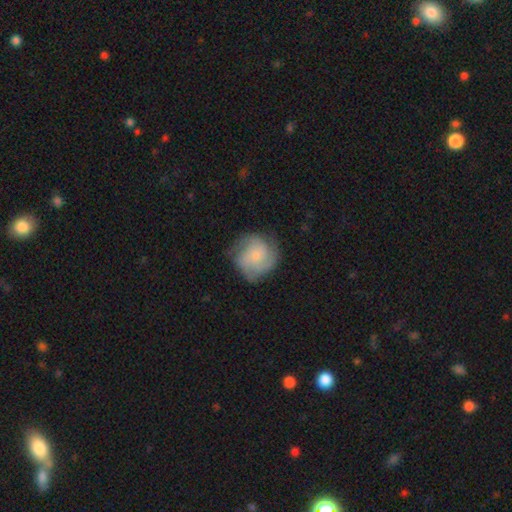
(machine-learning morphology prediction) Overall: featured or disk (54%; smooth 39%). Edge-on disk: no (98%). Bar: no (76%). Spiral arms: yes (89%). Bulge size: small (51%; moderate 24%). Merging: none (67%).